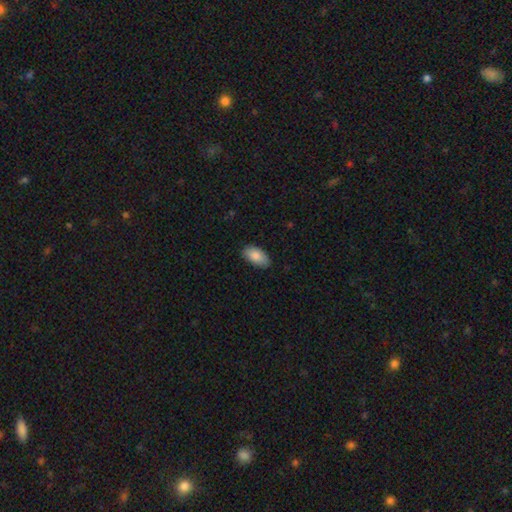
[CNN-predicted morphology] A smooth galaxy with no disk features (86%) that is in between round and cigar-shaped (95%). Merging: none (82%).